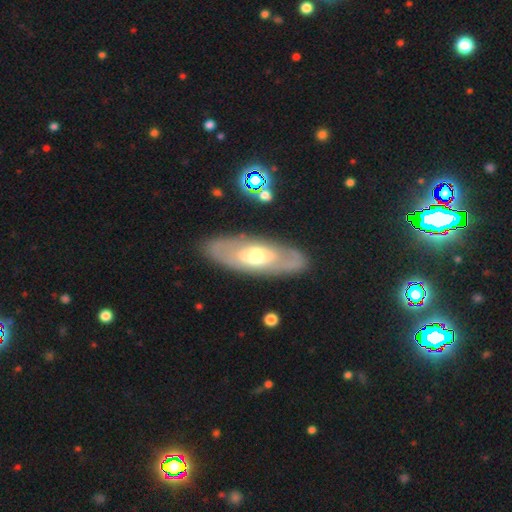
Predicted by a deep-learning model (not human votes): Smooth or featured?
  - featured or disk: 59% *
  - smooth: 36%
  - star or artifact: 5%
Edge-on disk?
  - no: 80% *
  - yes: 20%
Merging?
  - none: 84% *
  - minor disturbance: 11%
  - major disturbance: 4%
  - merger: 2%